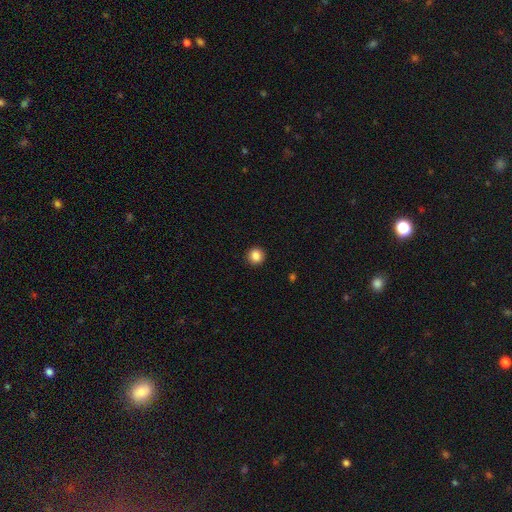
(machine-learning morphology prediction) Smooth or featured: smooth — 86% (star or artifact — 10%)
How rounded: round — 94% (in between — 5%)
Merging: none — 93% (minor disturbance — 5%)